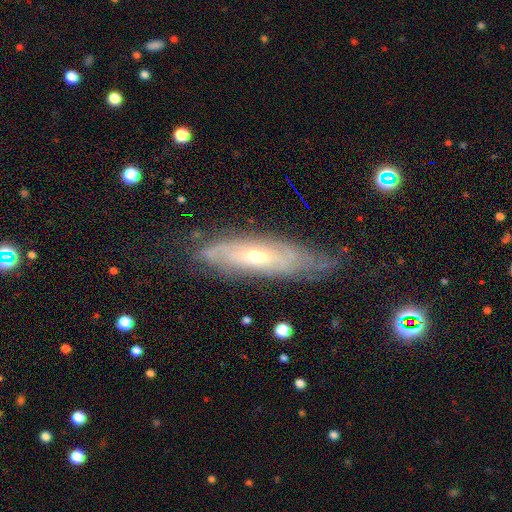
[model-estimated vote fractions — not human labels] Smooth or featured: featured or disk — 73% (smooth — 20%)
Edge-on disk: no — 72% (yes — 28%)
Bar: no — 71% (weak — 23%)
Spiral arms: yes — 76% (no — 24%)
Bulge size: moderate — 51% (small — 44%)
Merging: none — 68% (minor disturbance — 23%)